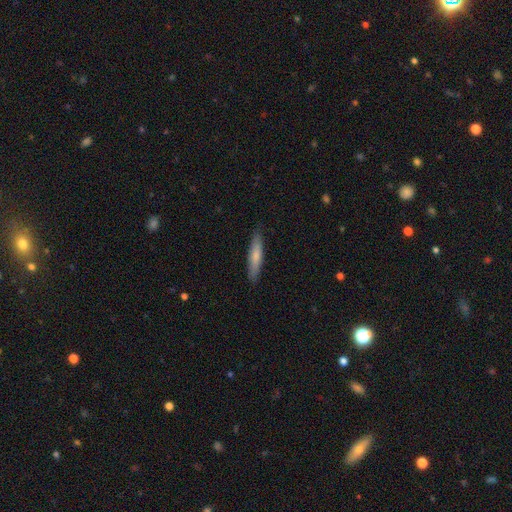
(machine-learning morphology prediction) Smooth or featured? Predicted: smooth (p=0.71). How rounded? Predicted: cigar-shaped (p=0.87). Merging? Predicted: none (p=0.88).